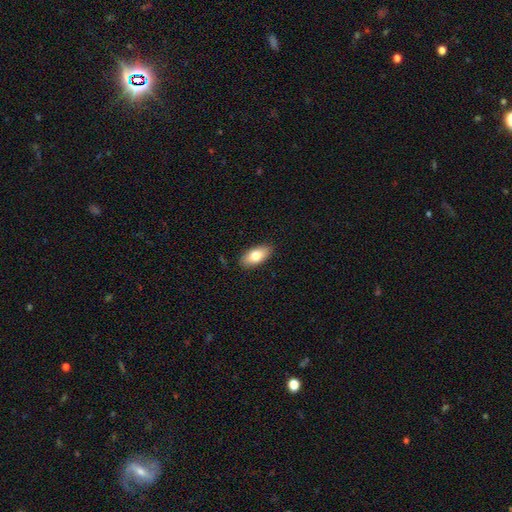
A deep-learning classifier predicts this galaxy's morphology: This is likely a smooth galaxy (77%). How rounded: clearly in between (90%). Merging: clearly none (88%).